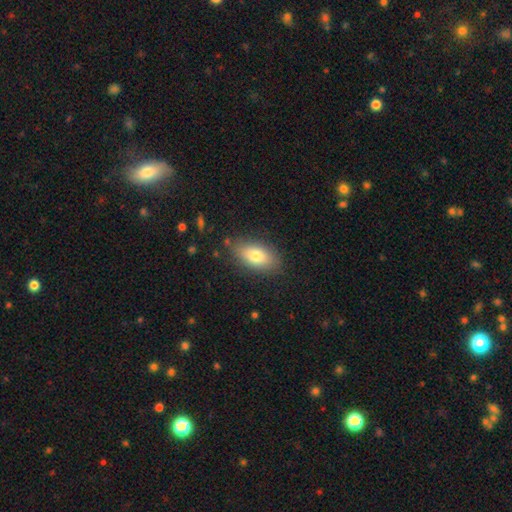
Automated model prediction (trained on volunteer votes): A smooth galaxy with no disk features (77%) that is in between round and cigar-shaped (89%).

Vote fractions:
- Smooth or featured? smooth: 77% / featured or disk: 15% / star or artifact: 8%
- How rounded? in between: 89% / cigar-shaped: 7% / round: 5%
- Merging? none: 81% / minor disturbance: 13% / major disturbance: 3% / merger: 2%